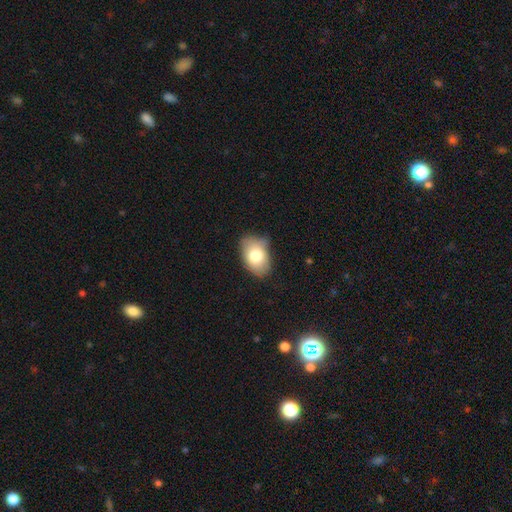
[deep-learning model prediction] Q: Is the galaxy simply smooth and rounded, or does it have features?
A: smooth — 78%.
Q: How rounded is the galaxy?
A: in between — 87%.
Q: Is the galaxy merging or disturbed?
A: none — 67%.